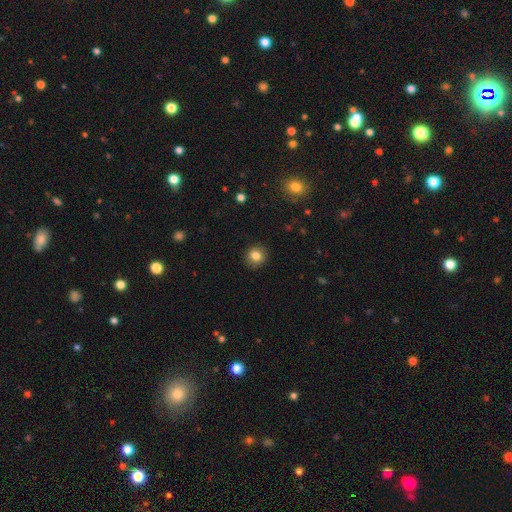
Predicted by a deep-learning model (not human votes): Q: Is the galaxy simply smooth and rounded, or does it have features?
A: smooth — 83%.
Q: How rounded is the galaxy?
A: round — 83%.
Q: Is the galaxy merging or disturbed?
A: none — 89%.